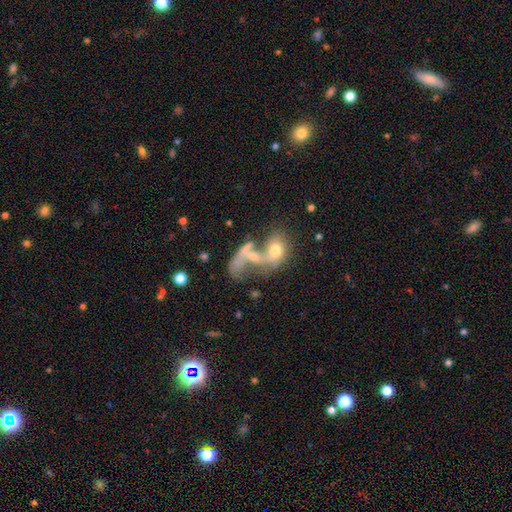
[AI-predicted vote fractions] Morphology: type=smooth (42%); merging=merger (65%).